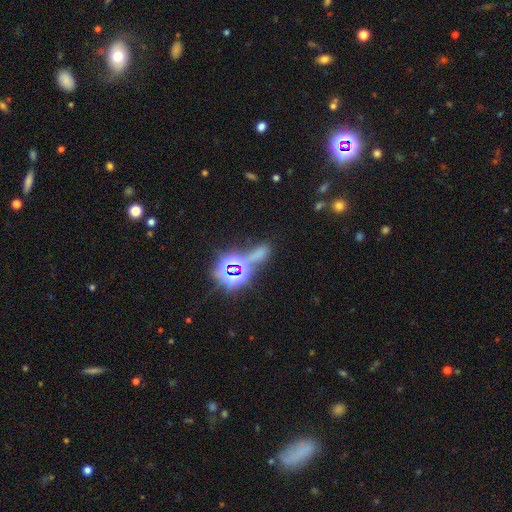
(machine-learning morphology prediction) The model was most divided on "smooth or featured": star or artifact: 60%, smooth: 30%, featured or disk: 10%.